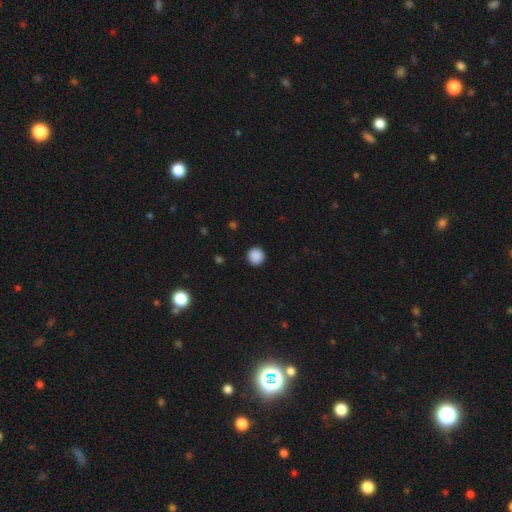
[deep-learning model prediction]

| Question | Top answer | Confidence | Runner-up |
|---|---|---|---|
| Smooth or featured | smooth | 89% | star or artifact (9%) |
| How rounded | round | 94% | in between (5%) |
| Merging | none | 92% | minor disturbance (5%) |